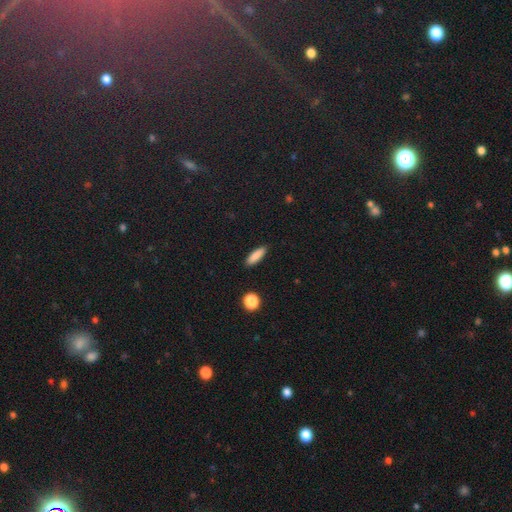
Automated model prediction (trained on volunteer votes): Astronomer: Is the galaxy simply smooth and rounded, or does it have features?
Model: smooth — 86%.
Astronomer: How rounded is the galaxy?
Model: cigar-shaped — 57% (runner-up: in between, 40%).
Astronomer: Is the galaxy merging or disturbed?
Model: none — 90%.